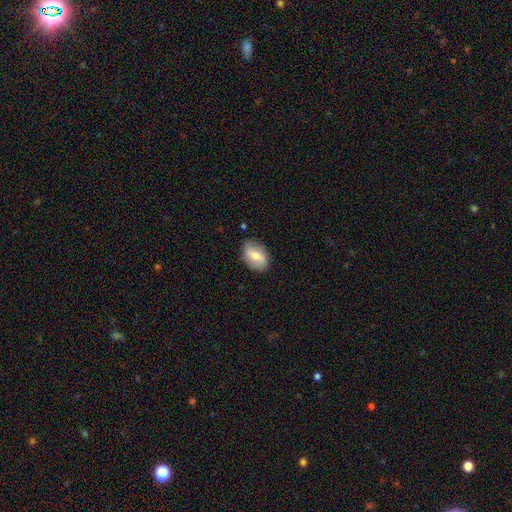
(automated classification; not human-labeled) Smooth or featured? Predicted: smooth (p=0.49). Merging? Predicted: none (p=0.82).